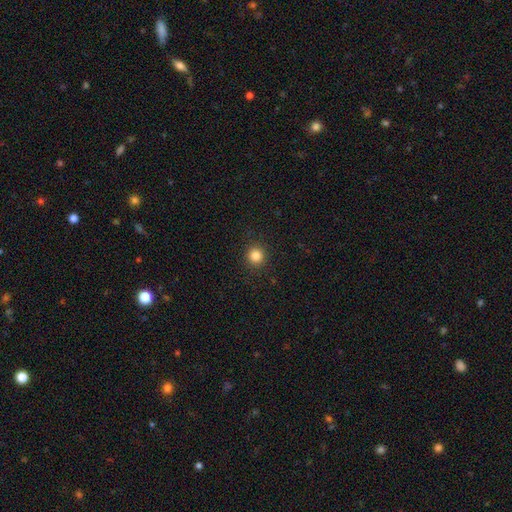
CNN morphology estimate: Smooth or featured?
  - smooth: 84% *
  - star or artifact: 12%
  - featured or disk: 4%
How rounded?
  - round: 93% *
  - in between: 6%
  - cigar-shaped: 1%
Merging?
  - none: 92% *
  - minor disturbance: 5%
  - major disturbance: 2%
  - merger: 1%